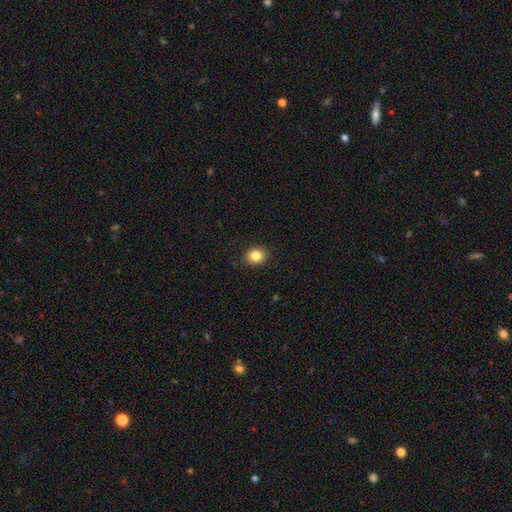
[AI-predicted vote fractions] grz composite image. It shows a smooth galaxy with no disk features (84%) that is round (67%). Merging: none (90%).